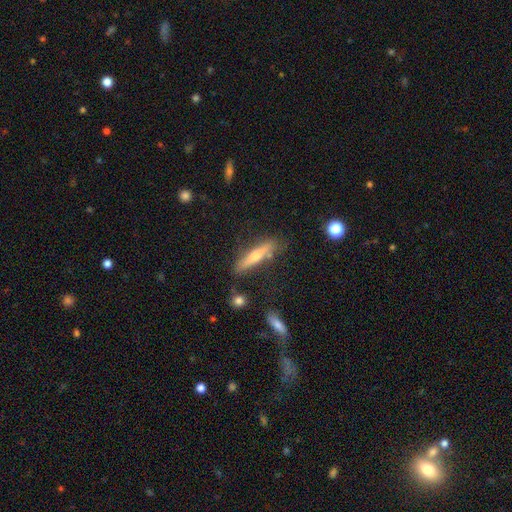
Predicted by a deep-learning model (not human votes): A featured or disk galaxy (50%) viewed edge-on (90%).

Vote fractions:
- Smooth or featured? featured or disk: 50% / smooth: 43% / star or artifact: 7%
- Edge-on disk? yes: 90% / no: 10%
- Merging? none: 76% / minor disturbance: 15% / merger: 5% / major disturbance: 4%